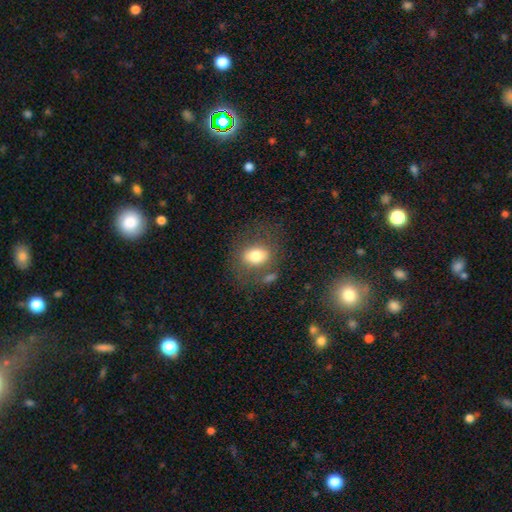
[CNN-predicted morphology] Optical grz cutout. It shows a smooth galaxy with no disk features (72%) that is in between round and cigar-shaped (61%). Merging: none (62%).